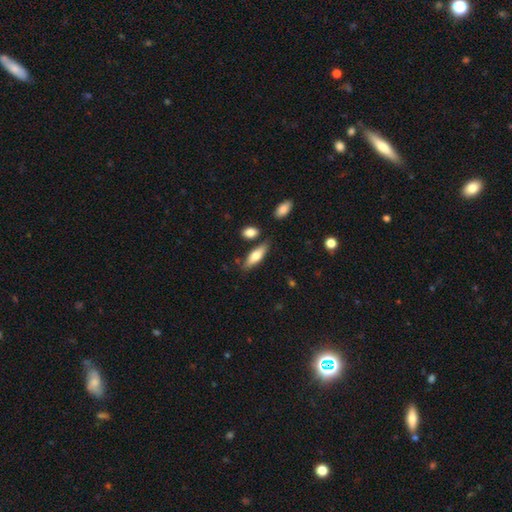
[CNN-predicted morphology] smooth 70%, featured or disk 24%, star or artifact 6%. Down the decision tree: how rounded — in between (55%); merging — none (77%).